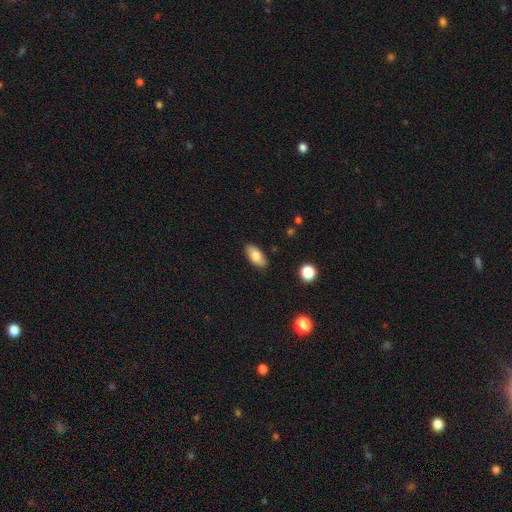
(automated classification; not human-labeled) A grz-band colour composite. It shows a smooth galaxy with no disk features (79%) that is in between round and cigar-shaped (91%). Merging: none (87%).